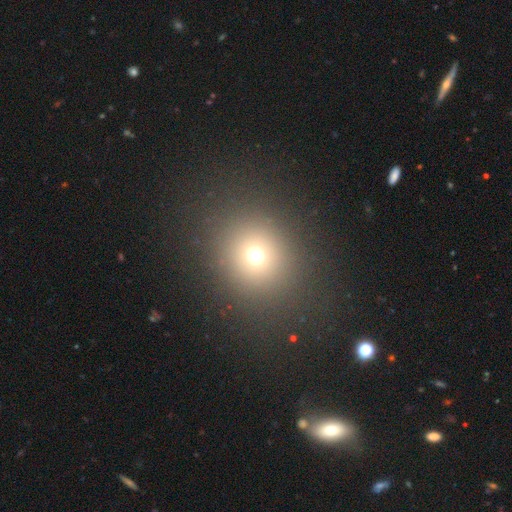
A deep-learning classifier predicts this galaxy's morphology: Smooth or featured: smooth — 68% (star or artifact — 23%)
How rounded: round — 87% (in between — 12%)
Merging: none — 84% (minor disturbance — 7%)